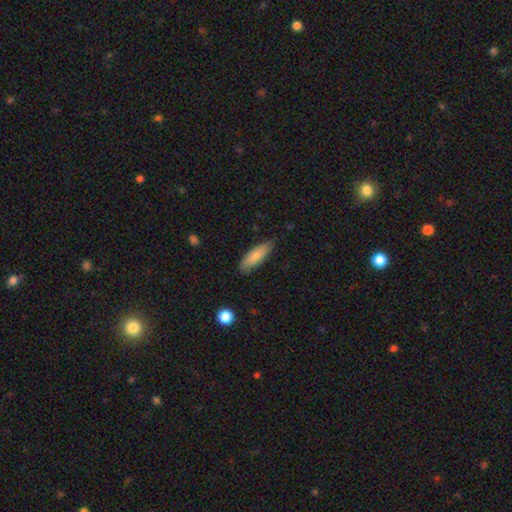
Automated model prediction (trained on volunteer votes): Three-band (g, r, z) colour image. It shows a smooth galaxy with no disk features (82%) that is in between round and cigar-shaped (57%). Merging: none (79%).